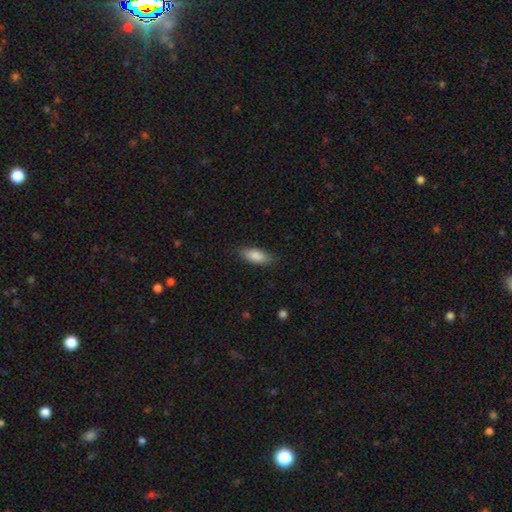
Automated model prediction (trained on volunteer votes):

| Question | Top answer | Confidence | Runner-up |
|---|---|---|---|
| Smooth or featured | smooth | 85% | featured or disk (8%) |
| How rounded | in between | 78% | cigar-shaped (20%) |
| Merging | none | 83% | minor disturbance (13%) |